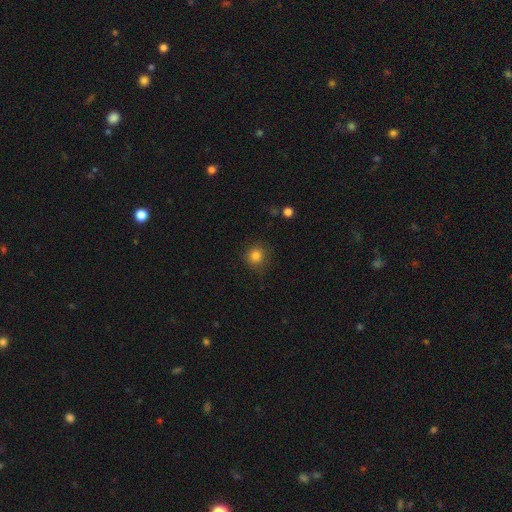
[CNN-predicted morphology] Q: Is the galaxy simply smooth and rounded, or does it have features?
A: smooth — 83%.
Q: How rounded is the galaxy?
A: round — 91%.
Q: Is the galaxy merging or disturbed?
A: none — 84%.